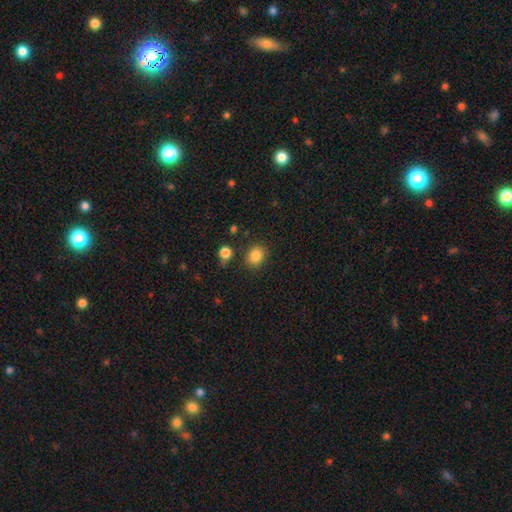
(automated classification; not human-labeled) This is clearly a smooth galaxy (85%). How rounded: likely round (65%). Merging: clearly none (83%).